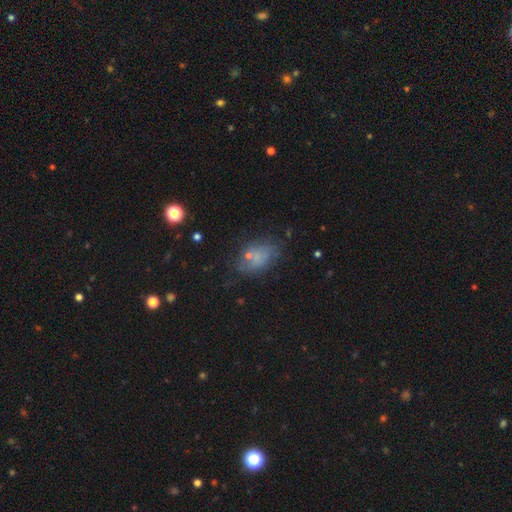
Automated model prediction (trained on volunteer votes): Smooth or featured: smooth — 55% (featured or disk — 24%)
How rounded: in between — 84% (round — 14%)
Merging: none — 56% (minor disturbance — 24%)